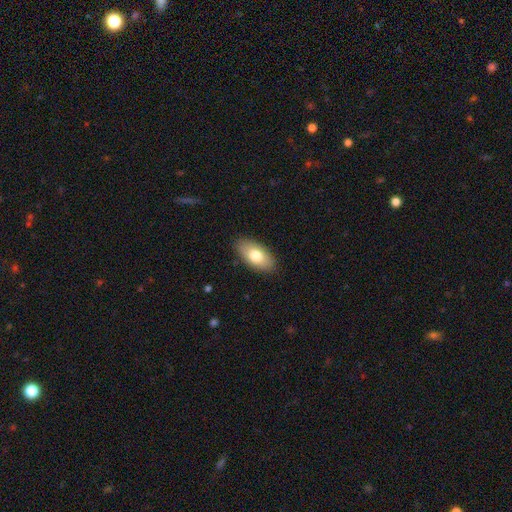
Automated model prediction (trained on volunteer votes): Q: Smooth or featured?
A: smooth (77%); runner-up: featured or disk (17%)
Q: How rounded?
A: in between (93%); runner-up: cigar-shaped (4%)
Q: Merging?
A: none (87%); runner-up: minor disturbance (10%)